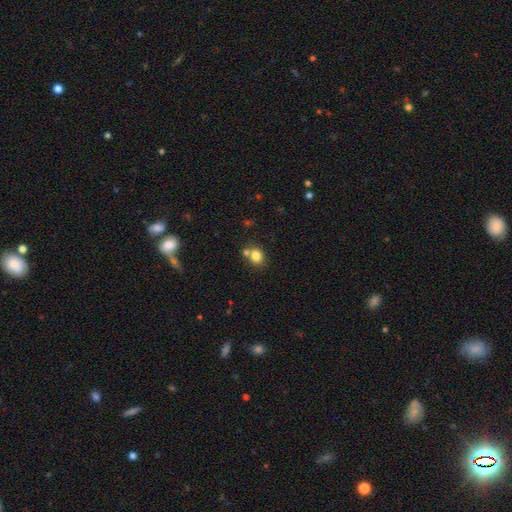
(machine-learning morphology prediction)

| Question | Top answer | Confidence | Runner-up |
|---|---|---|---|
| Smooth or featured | smooth | 80% | star or artifact (11%) |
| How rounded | round | 70% | in between (29%) |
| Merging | none | 59% | merger (27%) |